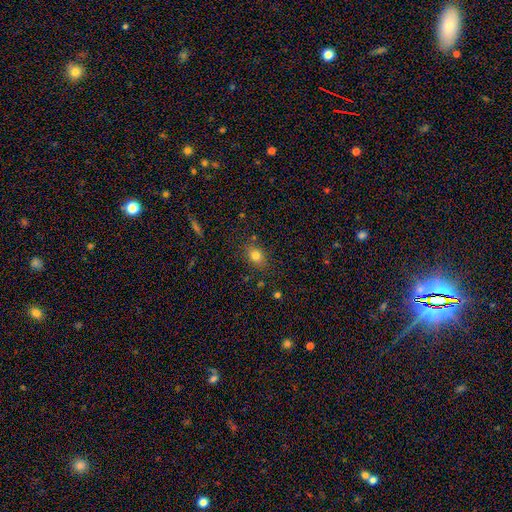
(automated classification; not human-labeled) smooth 79%, star or artifact 13%, featured or disk 9%. Down the decision tree: how rounded — in between (56%); merging — none (80%).